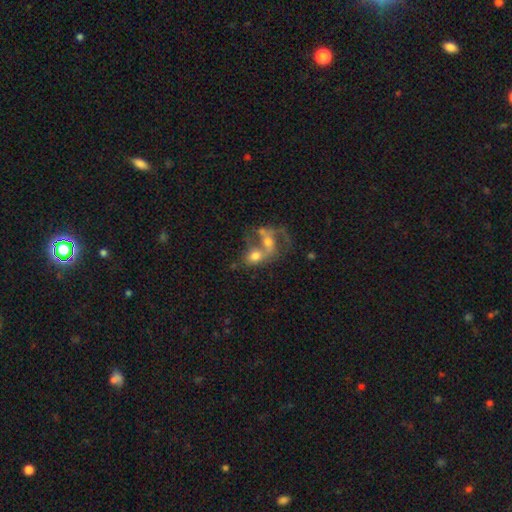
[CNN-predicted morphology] A smooth galaxy with no disk features (46%).

Vote fractions:
- Smooth or featured? smooth: 46% / featured or disk: 44% / star or artifact: 11%
- Merging? merger: 67% / none: 17% / major disturbance: 9% / minor disturbance: 7%